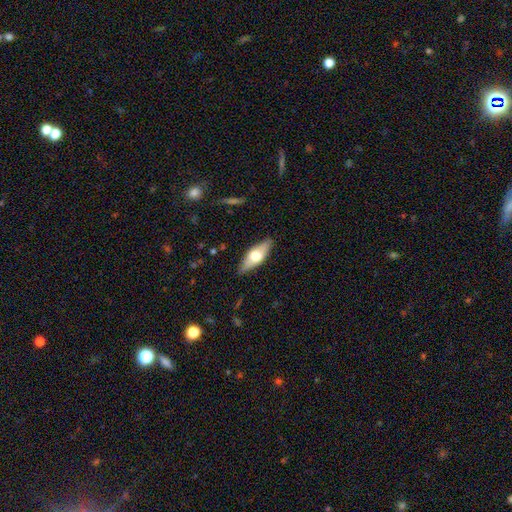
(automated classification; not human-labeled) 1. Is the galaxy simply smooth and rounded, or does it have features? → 51% smooth, 43% featured or disk, 6% star or artifact.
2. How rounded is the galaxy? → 69% in between, 28% cigar-shaped, 3% round.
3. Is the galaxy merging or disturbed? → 87% none, 10% minor disturbance, 2% major disturbance, 1% merger.